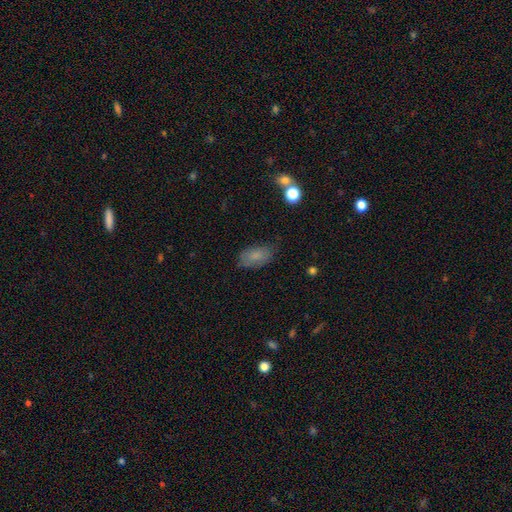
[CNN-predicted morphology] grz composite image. It shows a smooth galaxy with no disk features (78%) that is in between round and cigar-shaped (91%). Merging: none (69%).